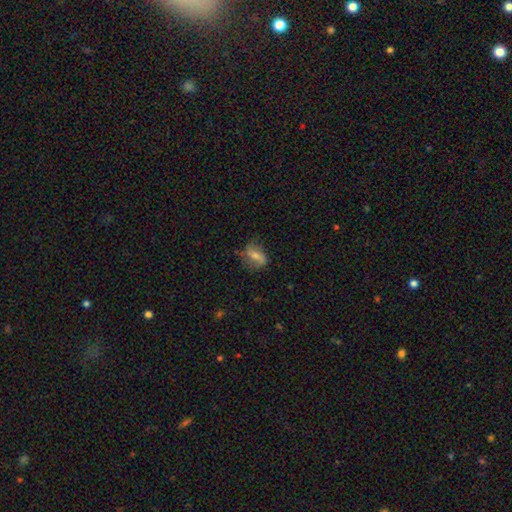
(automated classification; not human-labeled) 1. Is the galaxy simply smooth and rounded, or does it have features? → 51% featured or disk, 40% smooth, 9% star or artifact.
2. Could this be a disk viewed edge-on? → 93% no, 7% yes.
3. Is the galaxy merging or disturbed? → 66% none, 23% minor disturbance, 10% major disturbance, 2% merger.